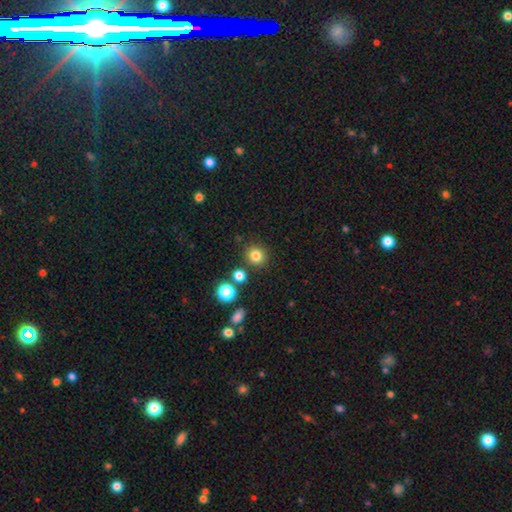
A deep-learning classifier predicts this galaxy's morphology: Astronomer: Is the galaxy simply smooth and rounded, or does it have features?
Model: smooth — 82%.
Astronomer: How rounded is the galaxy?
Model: round — 91%.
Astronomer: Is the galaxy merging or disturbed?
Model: none — 86%.